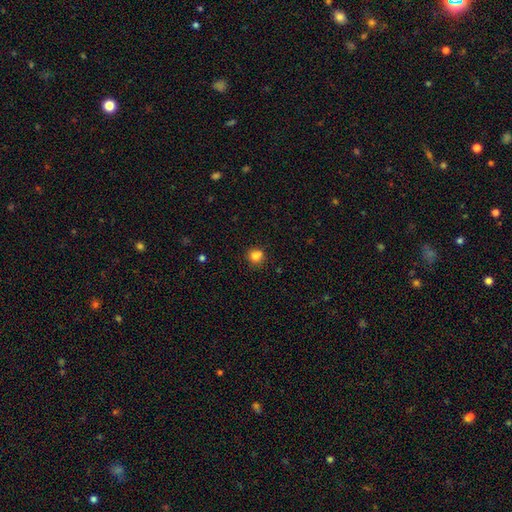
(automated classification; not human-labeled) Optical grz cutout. It shows a smooth galaxy with no disk features (82%) that is round (87%). Merging: none (73%).